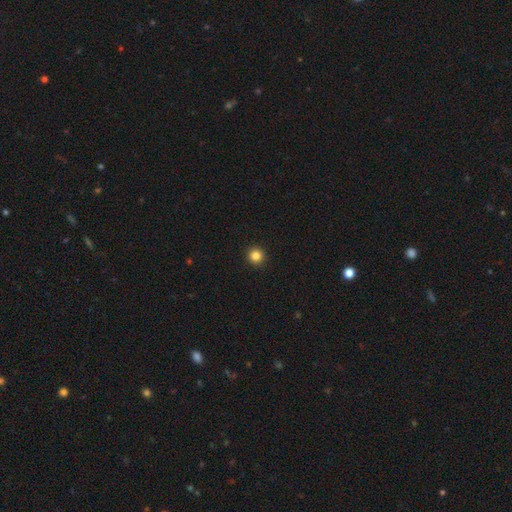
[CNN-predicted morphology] smooth-or-featured: smooth: 85% | star or artifact: 12% | featured or disk: 4%
  how-rounded: round: 95% | in between: 4% | cigar-shaped: 1%
  merging: none: 93% | minor disturbance: 5% | major disturbance: 1% | merger: 1%